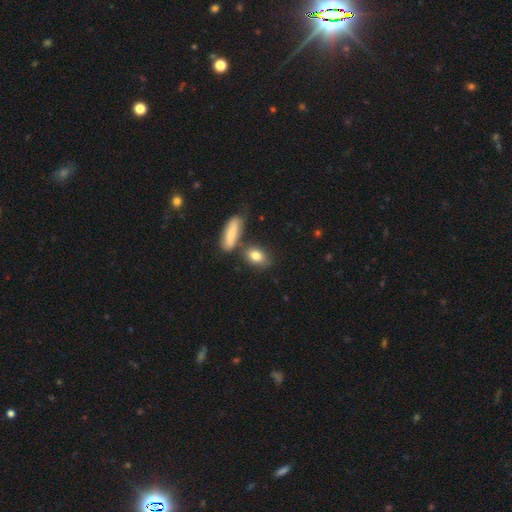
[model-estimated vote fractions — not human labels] This is clearly a smooth galaxy (80%). How rounded: likely in between (75%). Merging: likely none (64%).